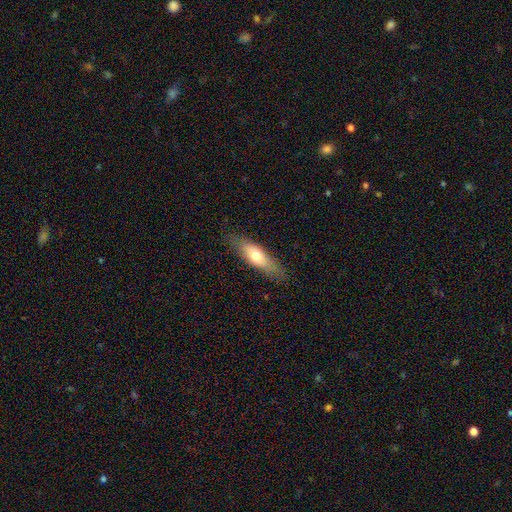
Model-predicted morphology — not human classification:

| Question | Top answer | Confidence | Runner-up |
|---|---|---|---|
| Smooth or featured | smooth | 63% | featured or disk (31%) |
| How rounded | cigar-shaped | 49% | in between (48%) |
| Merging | none | 81% | minor disturbance (14%) |